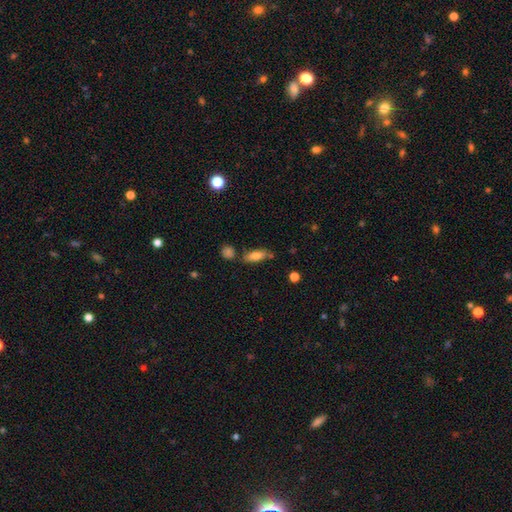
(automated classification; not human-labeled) smooth-or-featured: smooth: 77% | featured or disk: 15% | star or artifact: 8%
  how-rounded: in between: 66% | cigar-shaped: 31% | round: 3%
  merging: none: 70% | minor disturbance: 17% | merger: 9% | major disturbance: 4%